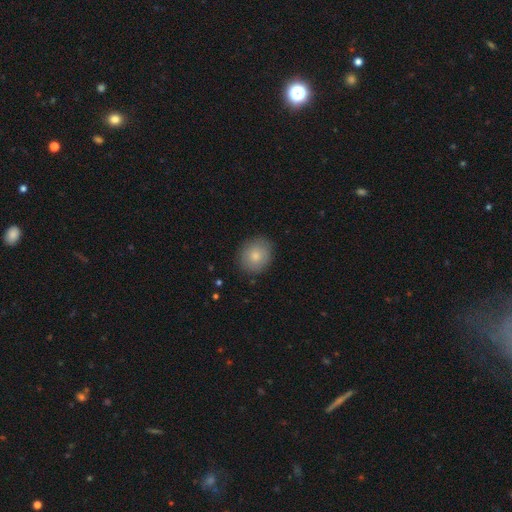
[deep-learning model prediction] A smooth galaxy with no disk features (82%) that is round (76%).

Vote fractions:
- Smooth or featured? smooth: 82% / featured or disk: 11% / star or artifact: 8%
- How rounded? round: 76% / in between: 23% / cigar-shaped: 1%
- Merging? none: 86% / minor disturbance: 11% / major disturbance: 2% / merger: 1%